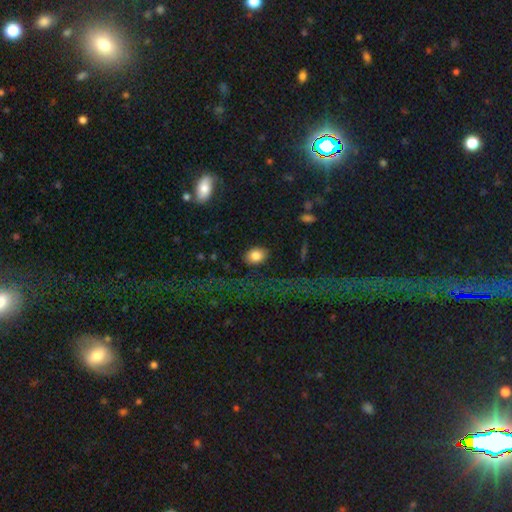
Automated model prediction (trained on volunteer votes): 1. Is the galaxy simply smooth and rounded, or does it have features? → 81% smooth, 9% featured or disk, 9% star or artifact.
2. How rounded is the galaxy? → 69% in between, 29% round, 1% cigar-shaped.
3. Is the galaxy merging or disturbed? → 86% none, 10% minor disturbance, 3% major disturbance, 1% merger.